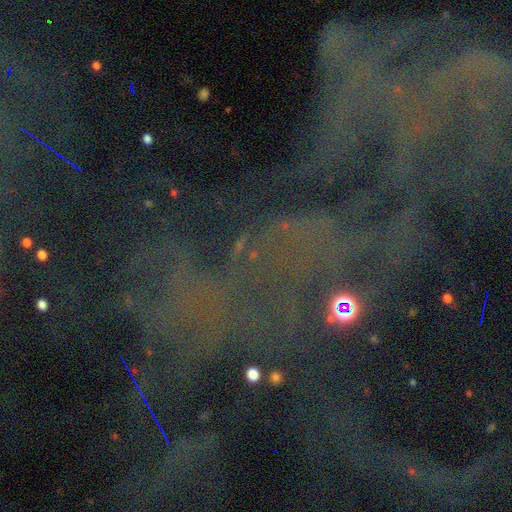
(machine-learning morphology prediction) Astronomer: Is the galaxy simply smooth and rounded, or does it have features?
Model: star or artifact — 71%.